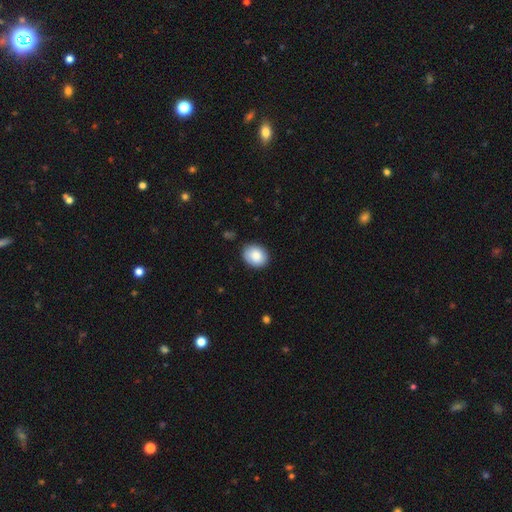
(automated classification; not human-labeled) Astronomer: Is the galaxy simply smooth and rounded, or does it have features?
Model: smooth — 86%.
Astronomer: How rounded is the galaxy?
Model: round — 51% (runner-up: in between, 48%).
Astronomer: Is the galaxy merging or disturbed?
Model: none — 83%.